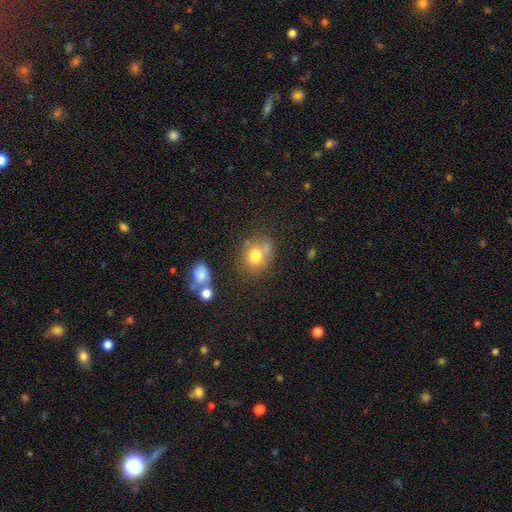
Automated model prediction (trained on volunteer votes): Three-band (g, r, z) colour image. It shows a smooth galaxy with no disk features (76%) that is round (65%). Merging: none (55%).